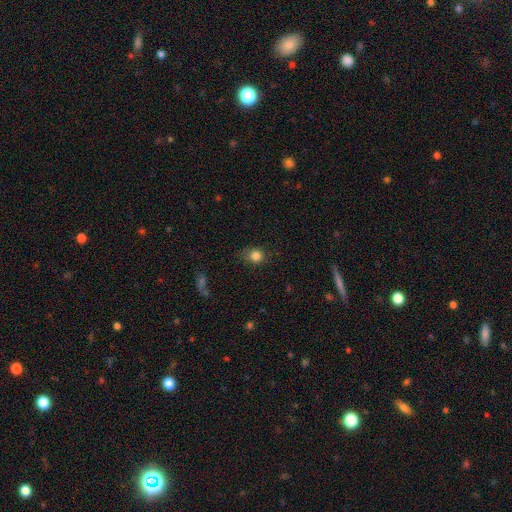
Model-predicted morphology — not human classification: Smooth or featured?
  - smooth: 83% *
  - star or artifact: 11%
  - featured or disk: 6%
How rounded?
  - round: 71% *
  - in between: 28%
  - cigar-shaped: 1%
Merging?
  - none: 71% *
  - minor disturbance: 22%
  - major disturbance: 6%
  - merger: 2%